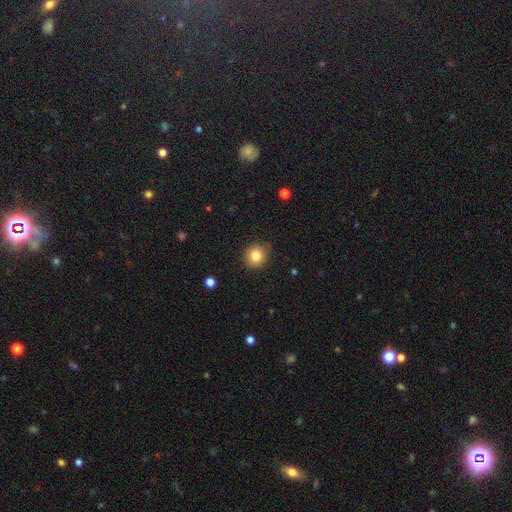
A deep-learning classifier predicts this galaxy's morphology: Smooth or featured: smooth — 84% (star or artifact — 10%)
How rounded: round — 85% (in between — 14%)
Merging: none — 88% (minor disturbance — 9%)